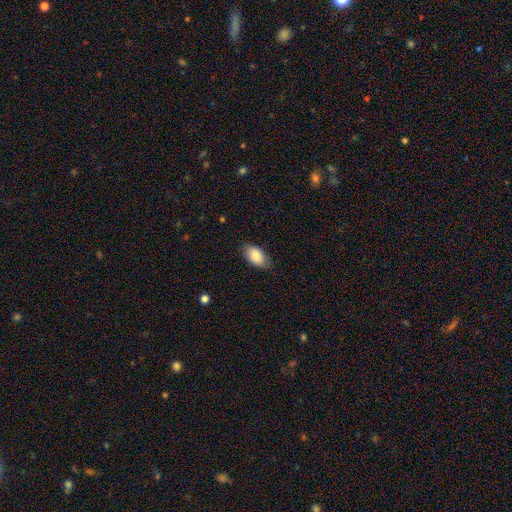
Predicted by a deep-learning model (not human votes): This is clearly a smooth galaxy (88%). How rounded: clearly in between (93%). Merging: clearly none (80%).